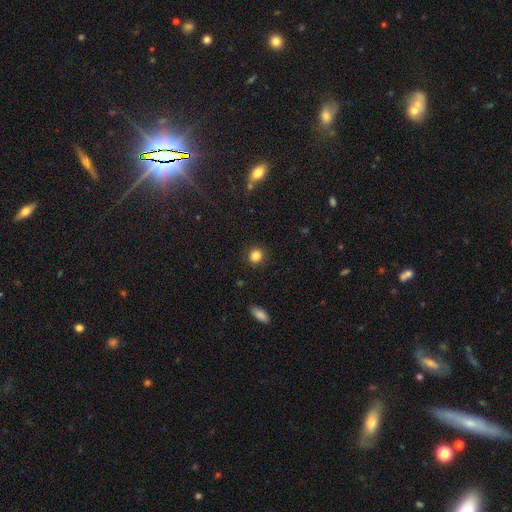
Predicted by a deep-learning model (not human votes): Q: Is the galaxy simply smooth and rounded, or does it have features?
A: smooth — 85%.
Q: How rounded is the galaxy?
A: round — 84%.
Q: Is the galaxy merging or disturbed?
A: none — 90%.